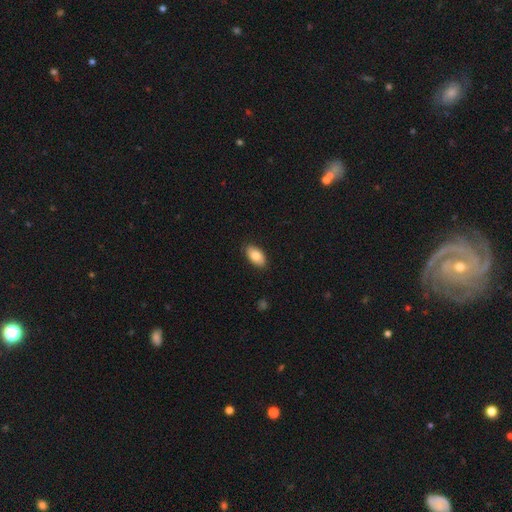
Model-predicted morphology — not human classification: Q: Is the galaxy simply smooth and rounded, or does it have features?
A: smooth — 80%.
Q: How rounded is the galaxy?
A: in between — 94%.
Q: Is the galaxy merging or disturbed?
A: none — 87%.